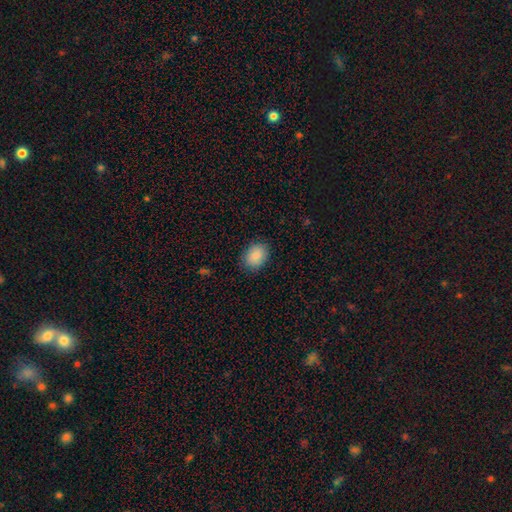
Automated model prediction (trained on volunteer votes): Overall: smooth (88%). How rounded: in between (68%; round 31%). Merging: none (86%).